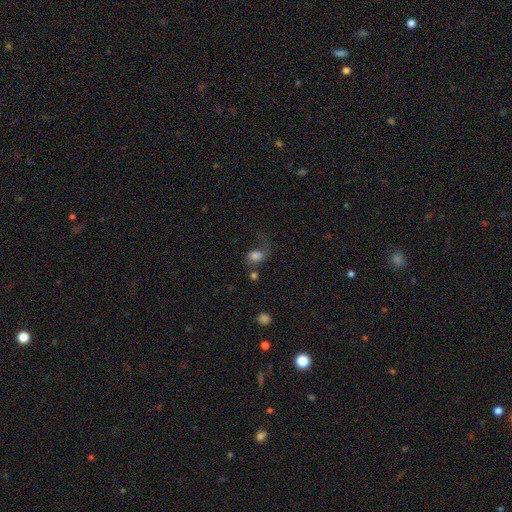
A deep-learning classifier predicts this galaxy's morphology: Q: Smooth or featured?
A: smooth (66%); runner-up: featured or disk (23%)
Q: How rounded?
A: in between (58%); runner-up: round (41%)
Q: Merging?
A: major disturbance (43%); runner-up: none (27%)